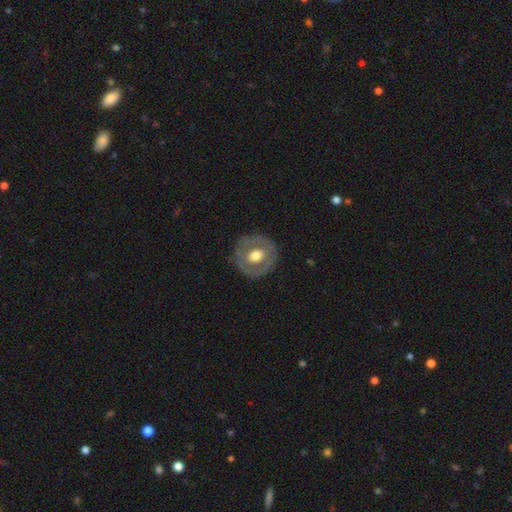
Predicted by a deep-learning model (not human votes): smooth_or_featured: featured or disk (p=0.53) [alt: smooth p=0.41]
disk_edge_on: no (p=0.95) [alt: yes p=0.05]
bar: no (p=0.72) [alt: weak p=0.21]
has_spiral_arms: no (p=0.82) [alt: yes p=0.18]
bulge_size: moderate (p=0.64) [alt: large p=0.29]
merging: none (p=0.82) [alt: minor disturbance p=0.12]